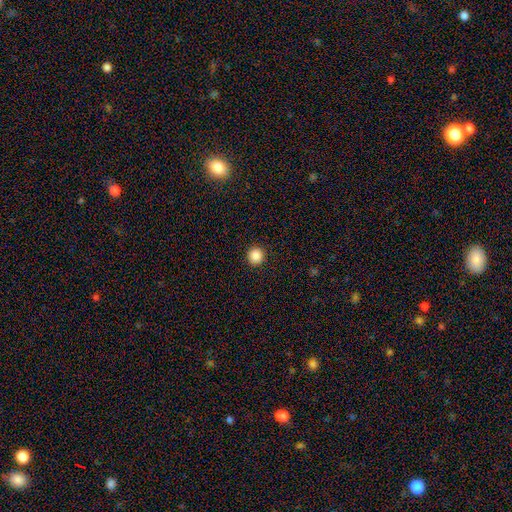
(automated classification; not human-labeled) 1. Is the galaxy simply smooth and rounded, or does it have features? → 87% smooth, 10% star or artifact, 3% featured or disk.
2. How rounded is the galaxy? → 95% round, 5% in between, 1% cigar-shaped.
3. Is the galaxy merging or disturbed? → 93% none, 4% minor disturbance, 2% major disturbance, 1% merger.